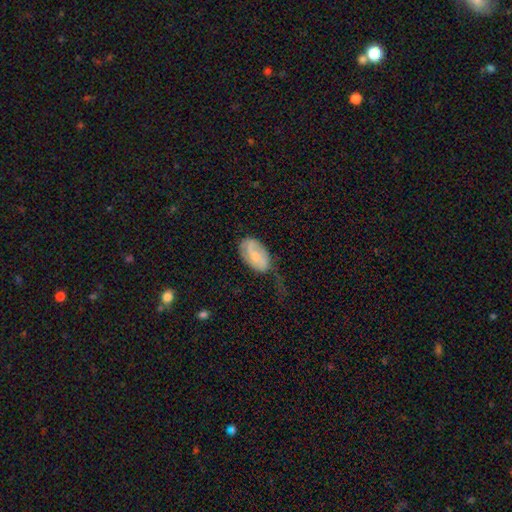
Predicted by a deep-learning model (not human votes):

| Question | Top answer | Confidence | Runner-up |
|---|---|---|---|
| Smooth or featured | featured or disk | 48% | smooth (45%) |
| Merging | none | 37% | minor disturbance (34%) |